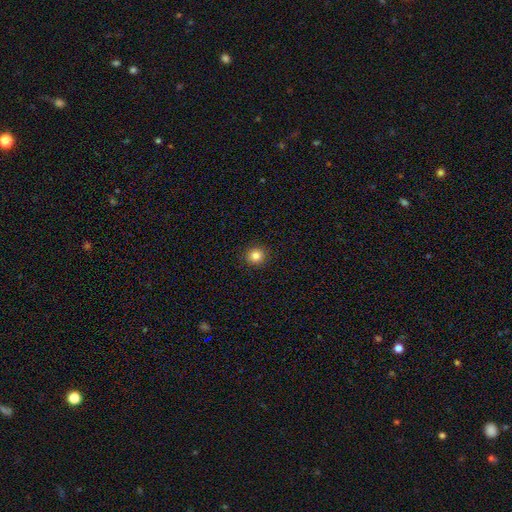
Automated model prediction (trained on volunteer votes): Overall: smooth (83%). How rounded: round (93%). Merging: none (92%).